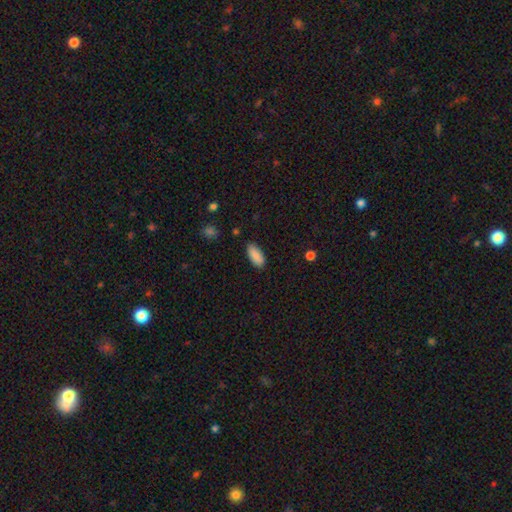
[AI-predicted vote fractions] smooth 89%, star or artifact 7%, featured or disk 4%. Down the decision tree: how rounded — in between (87%); merging — none (86%).